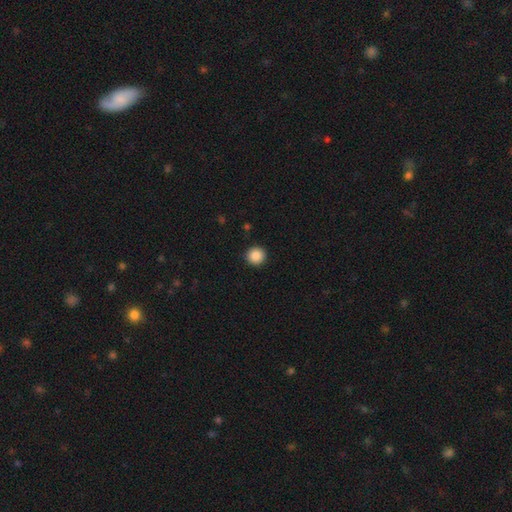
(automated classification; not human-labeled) Q: Smooth or featured?
A: smooth (88%); runner-up: star or artifact (9%)
Q: How rounded?
A: round (95%); runner-up: in between (4%)
Q: Merging?
A: none (92%); runner-up: minor disturbance (5%)